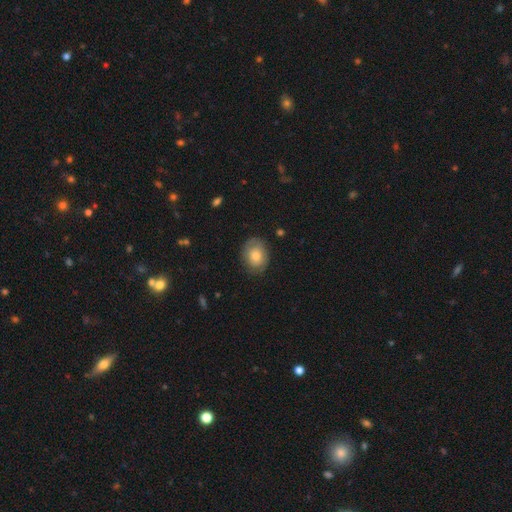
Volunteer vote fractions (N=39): Volunteers were most divided on "how rounded": in between: 52%, round: 48%, cigar-shaped: 0%. More confident: smooth or featured — smooth (79%); merging — none (78%).